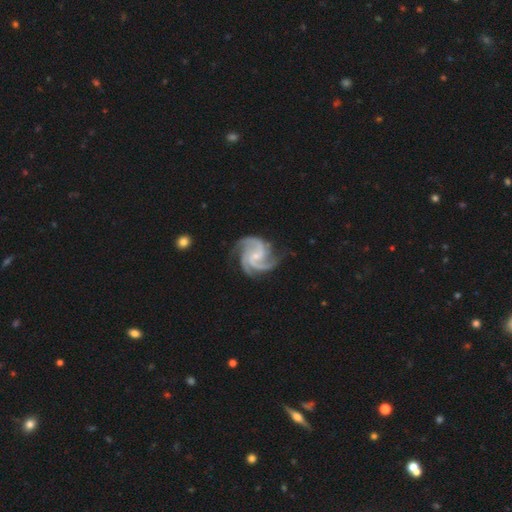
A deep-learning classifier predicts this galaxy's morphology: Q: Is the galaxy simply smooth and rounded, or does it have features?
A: featured or disk — 94%.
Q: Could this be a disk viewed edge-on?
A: no — 99%.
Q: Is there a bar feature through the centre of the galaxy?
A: no — 45%.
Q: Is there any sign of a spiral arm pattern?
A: yes — 99%.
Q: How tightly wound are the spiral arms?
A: medium — 56%.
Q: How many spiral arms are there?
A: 3 — 63%.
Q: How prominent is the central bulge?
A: small — 68%.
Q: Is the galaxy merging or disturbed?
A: none — 74%.